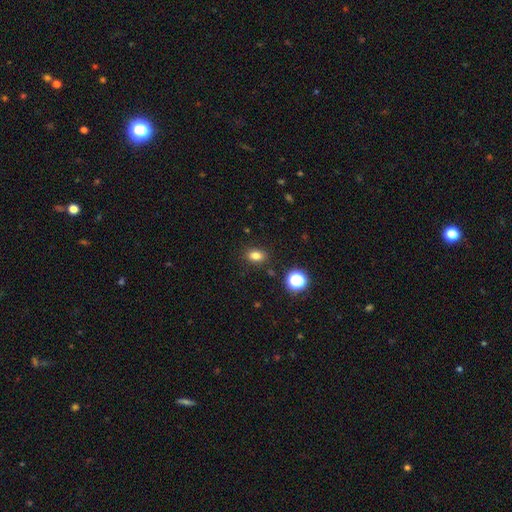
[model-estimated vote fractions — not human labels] smooth-or-featured: smooth: 79% | star or artifact: 14% | featured or disk: 7%
  how-rounded: in between: 75% | round: 23% | cigar-shaped: 2%
  merging: none: 86% | minor disturbance: 9% | major disturbance: 3% | merger: 2%